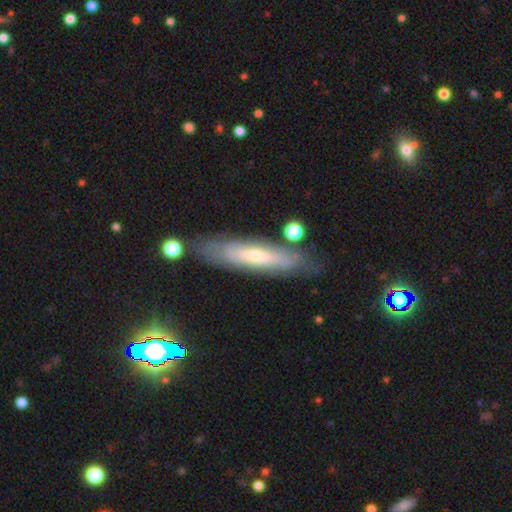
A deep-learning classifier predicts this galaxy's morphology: Smooth or featured? featured or disk (53%)
Edge-on disk? yes (58%)
Merging? none (80%)